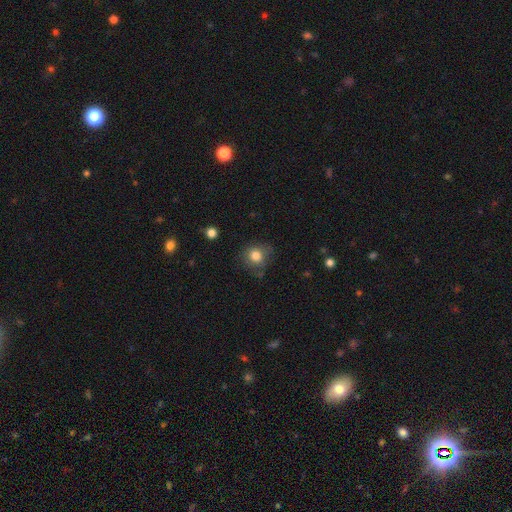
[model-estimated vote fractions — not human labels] smooth 81%, star or artifact 10%, featured or disk 9%. Down the decision tree: how rounded — round (79%); merging — none (71%).